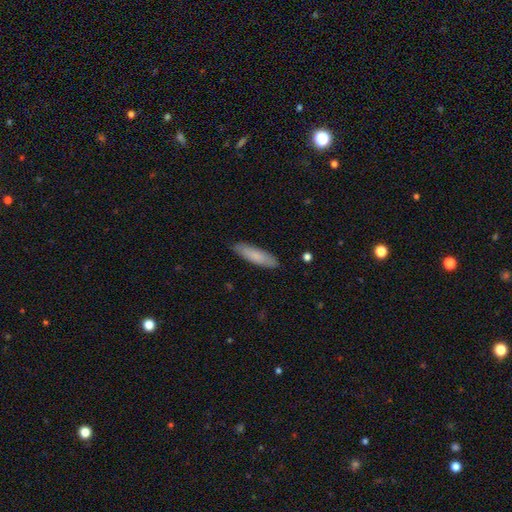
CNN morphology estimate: type=smooth (82%); roundness=cigar-shaped (68%); merging=none (88%).